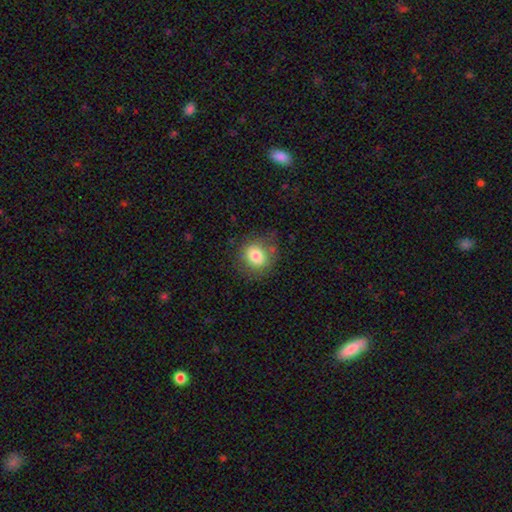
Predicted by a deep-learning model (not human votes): A smooth galaxy with no disk features (79%) that is round (75%).

Vote fractions:
- Smooth or featured? smooth: 79% / featured or disk: 11% / star or artifact: 10%
- How rounded? round: 75% / in between: 24% / cigar-shaped: 1%
- Merging? none: 73% / minor disturbance: 19% / major disturbance: 7% / merger: 2%